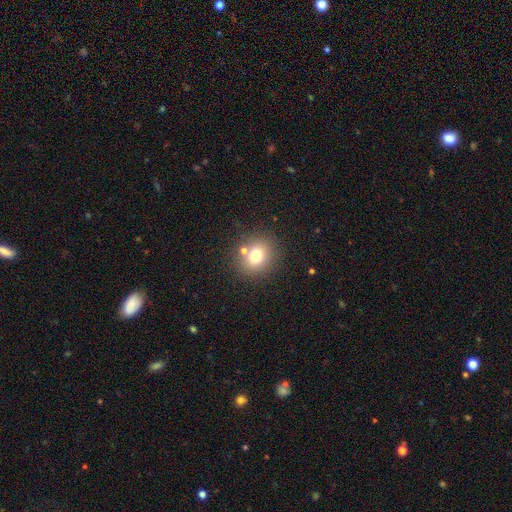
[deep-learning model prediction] Morphology: type=smooth (74%); roundness=round (75%); merging=none (75%).